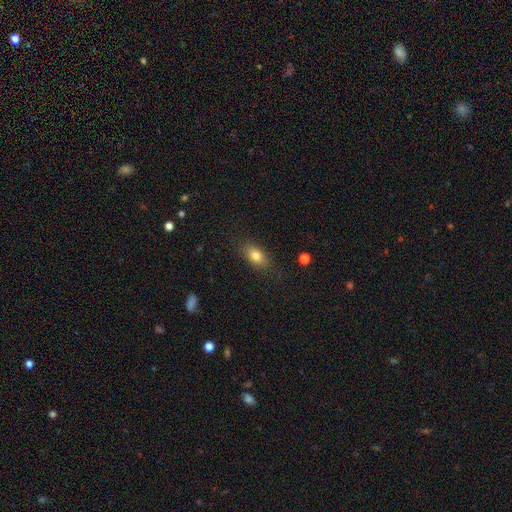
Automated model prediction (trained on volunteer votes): The model was most divided on "smooth or featured": smooth: 79%, featured or disk: 12%, star or artifact: 9%. More confident: how rounded — in between (84%); merging — none (84%).